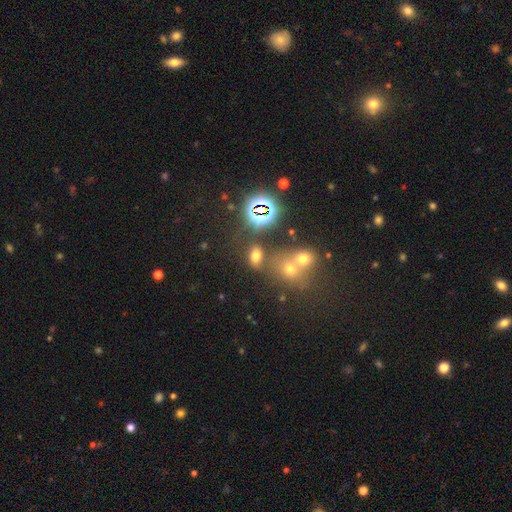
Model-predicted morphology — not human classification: Smooth or featured: smooth — 59% (star or artifact — 31%)
How rounded: in between — 78% (round — 19%)
Merging: none — 62% (merger — 19%)